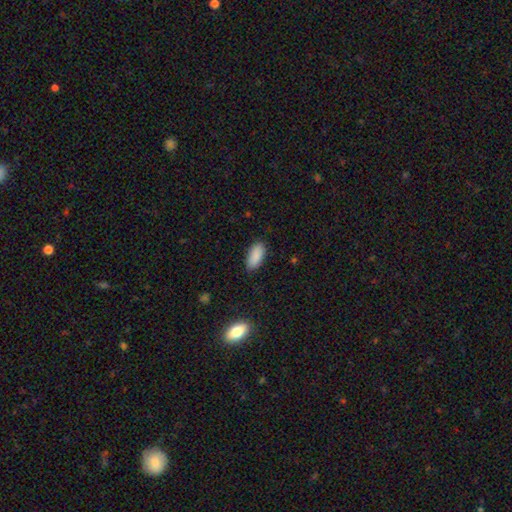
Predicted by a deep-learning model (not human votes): Q: Smooth or featured?
A: smooth (89%); runner-up: star or artifact (7%)
Q: How rounded?
A: in between (91%); runner-up: cigar-shaped (7%)
Q: Merging?
A: none (84%); runner-up: minor disturbance (13%)